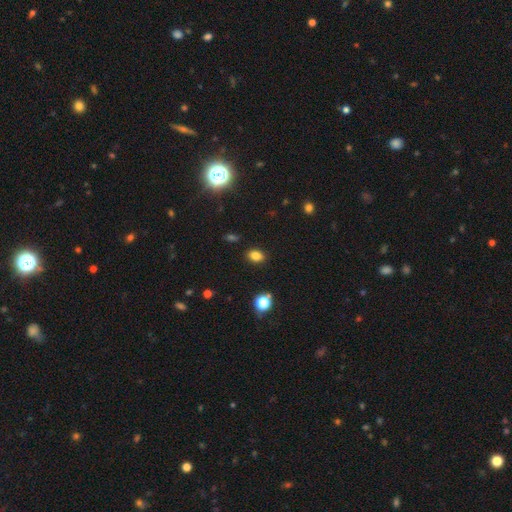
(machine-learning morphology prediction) Smooth or featured? smooth (81%)
How rounded? in between (66%)
Merging? none (87%)